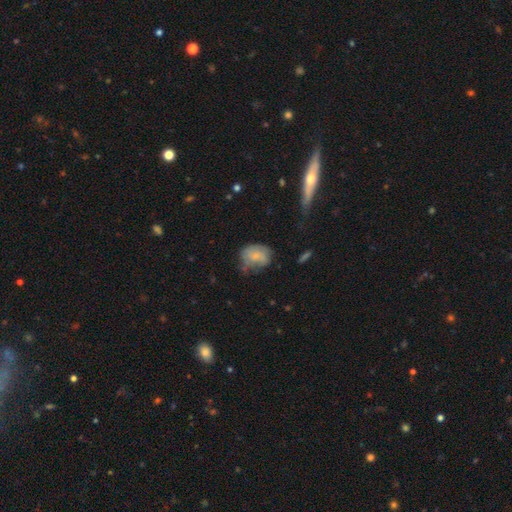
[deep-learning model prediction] The model was most divided on "merging": none: 44%, minor disturbance: 35%, major disturbance: 16%, merger: 5%. More confident: smooth or featured — smooth (64%); how rounded — in between (64%).